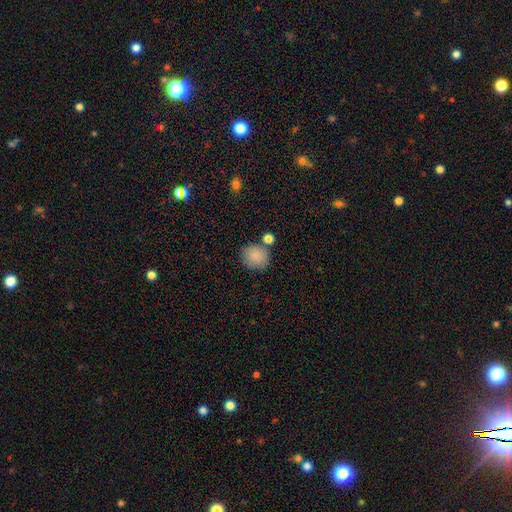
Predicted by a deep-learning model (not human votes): smooth-or-featured: smooth: 87% | star or artifact: 8% | featured or disk: 6%
  how-rounded: round: 82% | in between: 17% | cigar-shaped: 1%
  merging: none: 71% | minor disturbance: 13% | merger: 13% | major disturbance: 4%